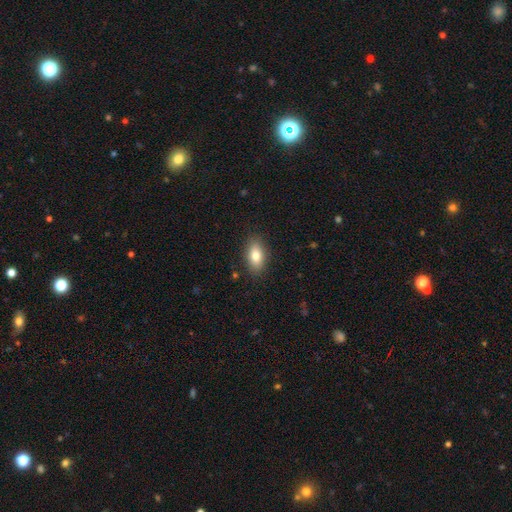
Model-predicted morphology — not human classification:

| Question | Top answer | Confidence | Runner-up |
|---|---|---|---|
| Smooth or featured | smooth | 80% | featured or disk (13%) |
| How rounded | in between | 88% | round (7%) |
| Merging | none | 87% | minor disturbance (9%) |